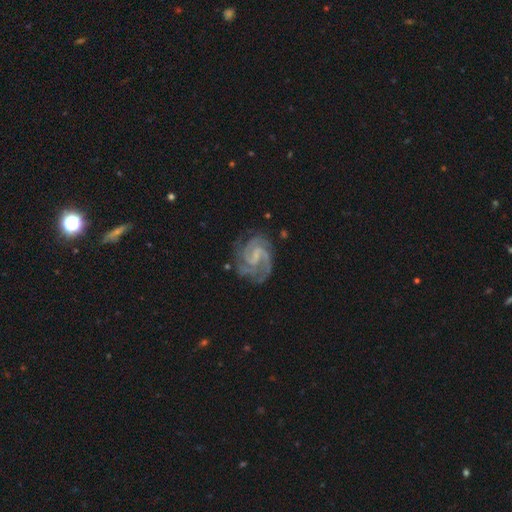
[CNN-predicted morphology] A featured or disk galaxy (91%) with a weak bar (53%), 2 (36%) tight (47%) spiral arms (98%) and a small central bulge (48%).

Vote fractions:
- Smooth or featured? featured or disk: 91% / star or artifact: 5% / smooth: 4%
- Edge-on disk? no: 98% / yes: 2%
- Bar? weak: 53% / no: 29% / strong: 18%
- Spiral arms? yes: 98% / no: 2%
- Spiral winding? tight: 47% / medium: 45% / loose: 8%
- Spiral arm count? 2: 36% / 3: 33% / can't tell: 11% / 4: 9% / 1: 5% / more than 4: 5%
- Bulge size? small: 48% / none: 35% / moderate: 15% / large: 1% / dominant: 1%
- Merging? none: 72% / minor disturbance: 17% / major disturbance: 9% / merger: 2%